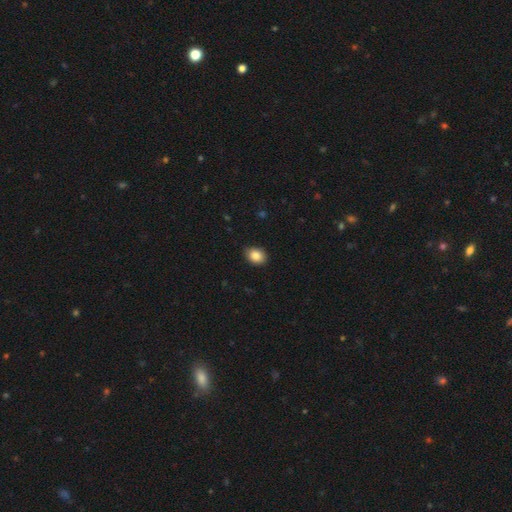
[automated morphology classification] A smooth galaxy with no disk features (87%) that is in between round and cigar-shaped (60%).

Vote fractions:
- Smooth or featured? smooth: 87% / star or artifact: 8% / featured or disk: 5%
- How rounded? in between: 60% / round: 39% / cigar-shaped: 1%
- Merging? none: 84% / minor disturbance: 13% / major disturbance: 2% / merger: 1%